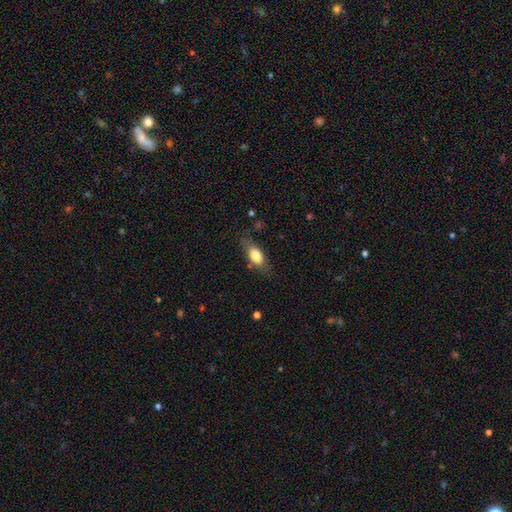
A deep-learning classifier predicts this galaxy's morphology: This appears to be a smooth galaxy with no disk features (74%) that is in between round and cigar-shaped (81%). Merging: none (71%).